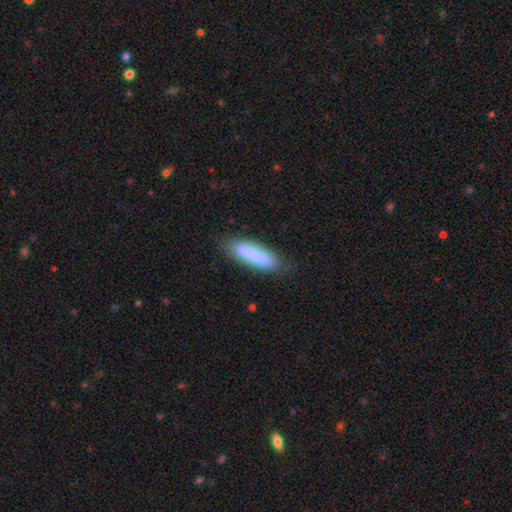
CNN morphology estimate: Overall: smooth (83%). How rounded: cigar-shaped (60%; in between 39%). Merging: none (80%).